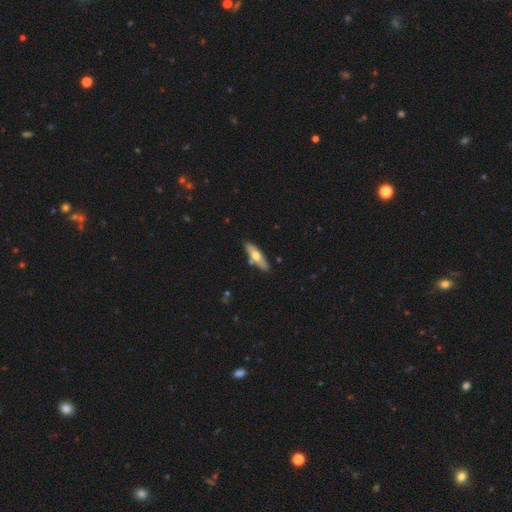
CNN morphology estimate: Smooth or featured?
  - smooth: 54% *
  - featured or disk: 41%
  - star or artifact: 6%
How rounded?
  - cigar-shaped: 57% *
  - in between: 41%
  - round: 2%
Merging?
  - none: 81% *
  - minor disturbance: 11%
  - merger: 6%
  - major disturbance: 2%